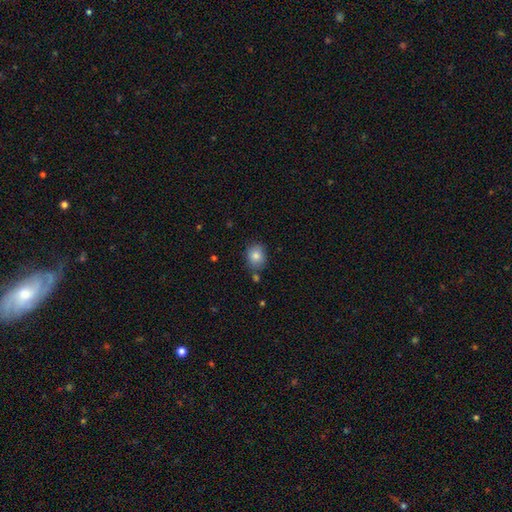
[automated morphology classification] A smooth galaxy with no disk features (83%) that is round (63%).

Vote fractions:
- Smooth or featured? smooth: 83% / star or artifact: 9% / featured or disk: 8%
- How rounded? round: 63% / in between: 36% / cigar-shaped: 1%
- Merging? none: 77% / minor disturbance: 14% / merger: 6% / major disturbance: 3%